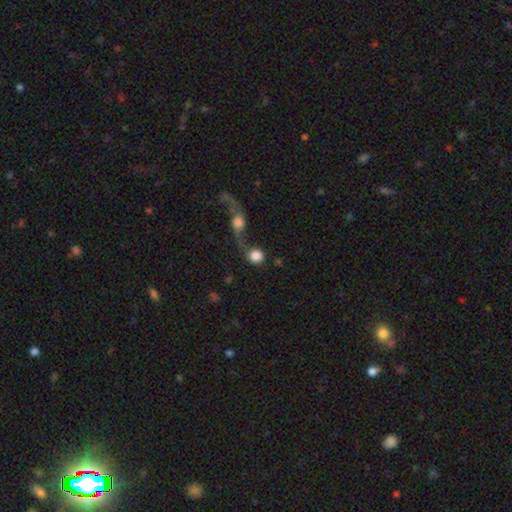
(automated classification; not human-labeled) Smooth or featured? Predicted: smooth (p=0.82). How rounded? Predicted: round (p=0.90). Merging? Predicted: none (p=0.41).